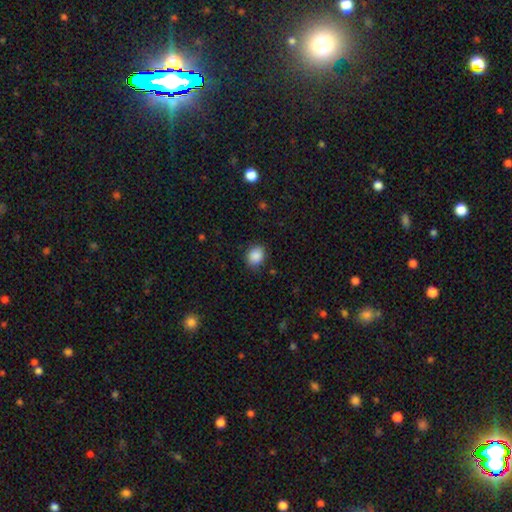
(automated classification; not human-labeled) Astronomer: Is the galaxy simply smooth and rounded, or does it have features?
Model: smooth — 88%.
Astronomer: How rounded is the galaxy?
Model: round — 58% (runner-up: in between, 41%).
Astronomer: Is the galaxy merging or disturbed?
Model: none — 83%.